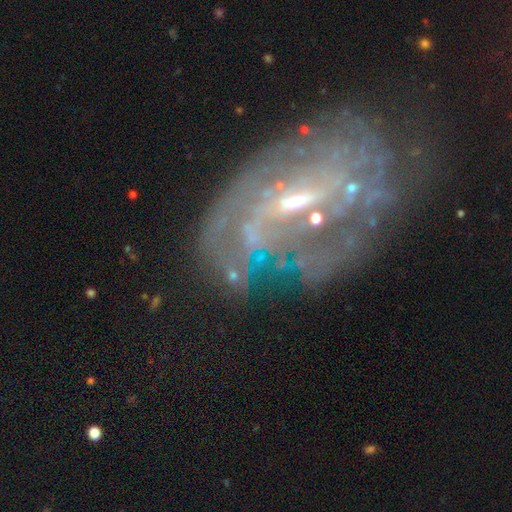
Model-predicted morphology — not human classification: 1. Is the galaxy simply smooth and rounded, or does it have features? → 81% featured or disk, 10% smooth, 9% star or artifact.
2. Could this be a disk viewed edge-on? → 94% no, 6% yes.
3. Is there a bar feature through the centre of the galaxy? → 46% weak, 32% strong, 22% no.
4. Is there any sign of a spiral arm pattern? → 79% yes, 21% no.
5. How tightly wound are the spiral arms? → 39% tight, 37% medium, 24% loose.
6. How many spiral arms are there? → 41% can't tell, 29% 2, 11% 3, 7% 1, 7% 4, 5% more than 4.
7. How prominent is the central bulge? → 52% small, 35% moderate, 9% none, 3% large, 1% dominant.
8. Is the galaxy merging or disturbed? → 55% none, 21% minor disturbance, 19% major disturbance, 5% merger.